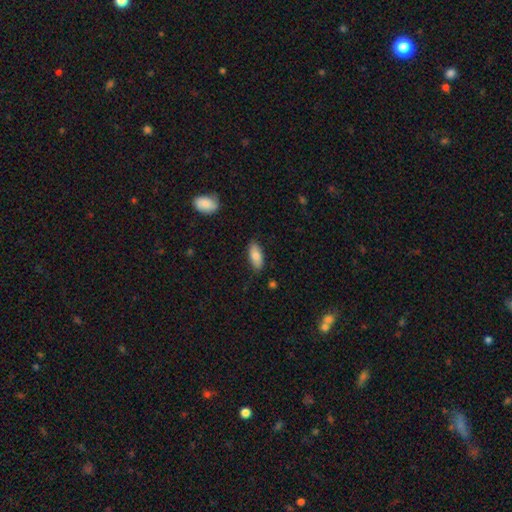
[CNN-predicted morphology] This appears to be a smooth galaxy with no disk features (81%) that is in between round and cigar-shaped (83%). Merging: none (83%).